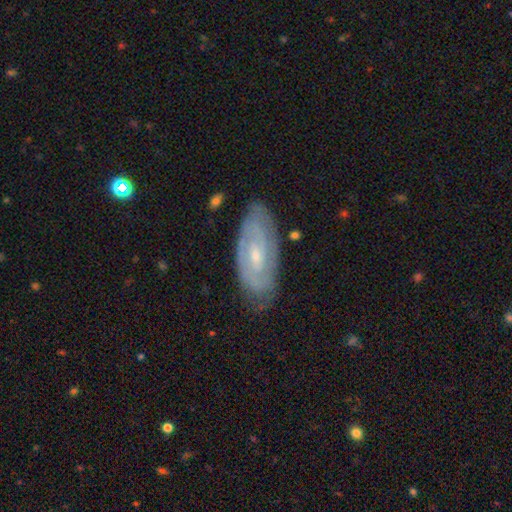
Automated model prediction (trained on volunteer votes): Smooth or featured? featured or disk (76%)
Edge-on disk? no (91%)
Bar? weak (45%)
Spiral arms? yes (86%)
Spiral winding? tight (66%)
Spiral arm count? 2 (46%)
Bulge size? small (65%)
Merging? none (76%)